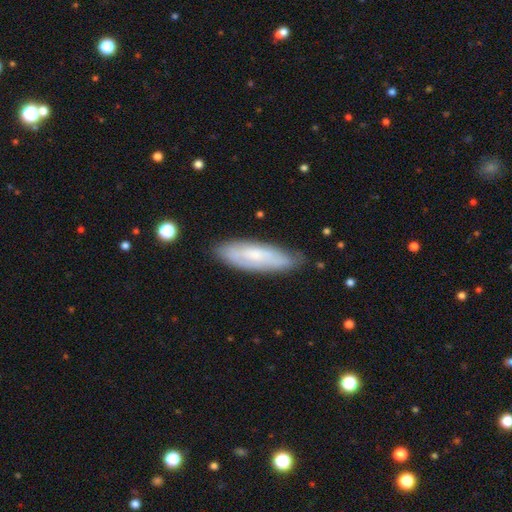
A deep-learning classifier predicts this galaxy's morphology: smooth 53%, featured or disk 40%, star or artifact 7%. Down the decision tree: how rounded — cigar-shaped (53%); merging — none (78%).